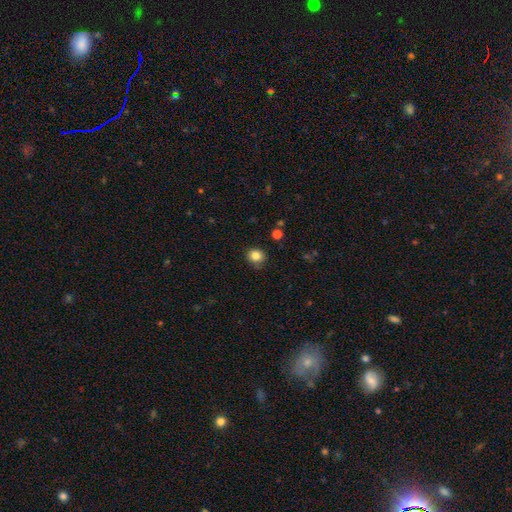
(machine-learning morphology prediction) smooth 84%, star or artifact 11%, featured or disk 5%. Down the decision tree: how rounded — round (81%); merging — none (84%).